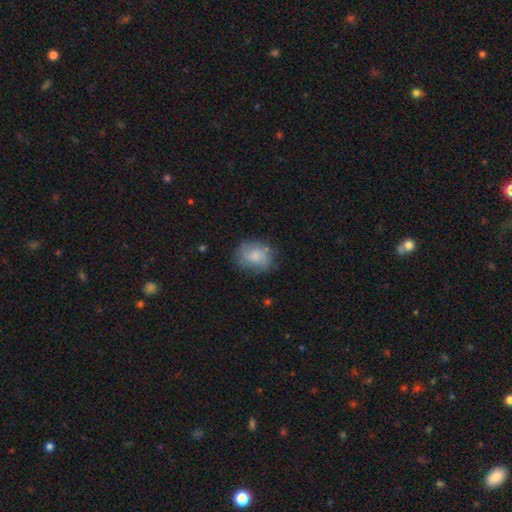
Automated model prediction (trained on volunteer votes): This appears to be a smooth galaxy with no disk features (61%) that is round (58%). Merging: none (72%).